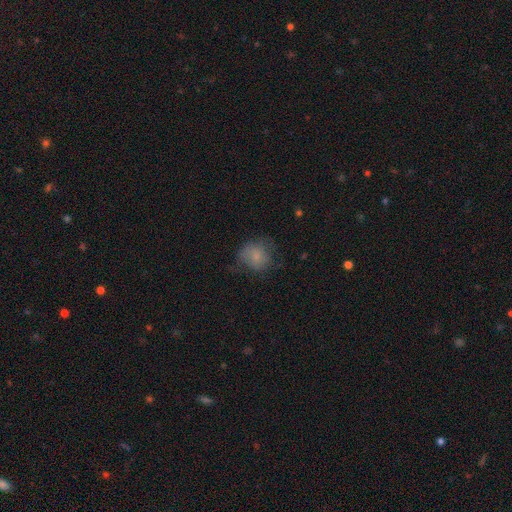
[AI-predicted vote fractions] Morphology: type=smooth (73%); roundness=round (72%); merging=none (54%).